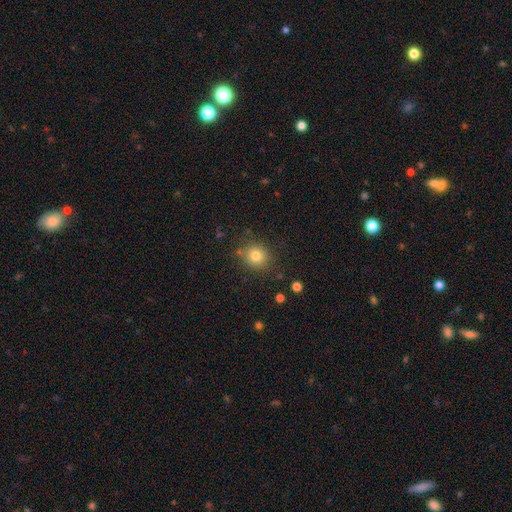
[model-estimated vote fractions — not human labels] Smooth or featured? smooth (79%)
How rounded? round (85%)
Merging? none (83%)